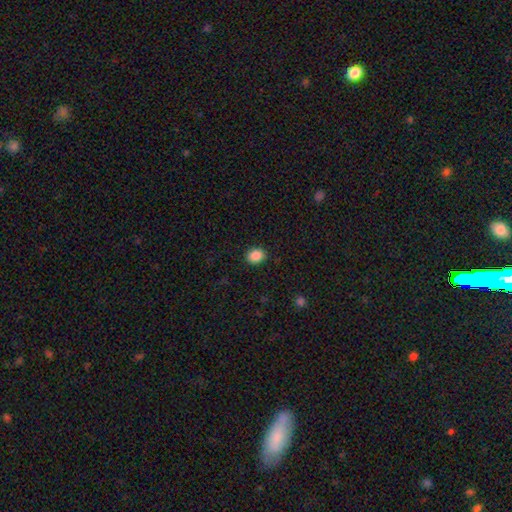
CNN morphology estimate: Smooth or featured: smooth — 87% (star or artifact — 9%)
How rounded: round — 53% (in between — 46%)
Merging: none — 90% (minor disturbance — 7%)